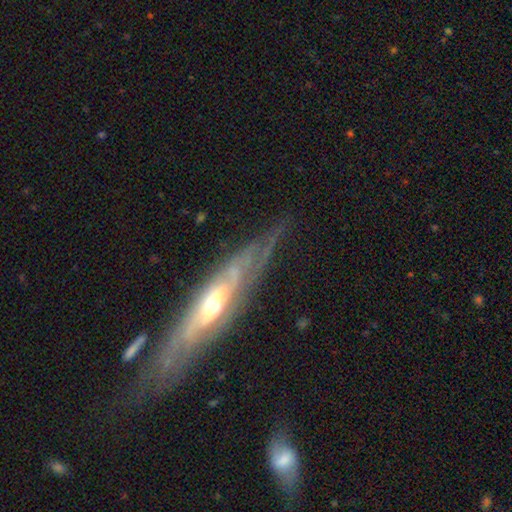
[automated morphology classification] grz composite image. It shows a featured or disk galaxy (82%) viewed edge-on (53%). Merging: none (70%).